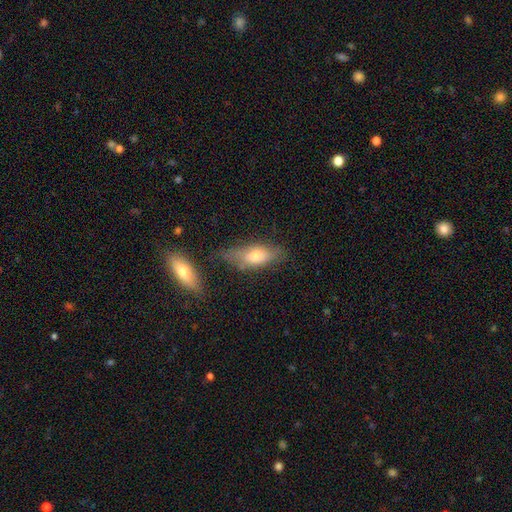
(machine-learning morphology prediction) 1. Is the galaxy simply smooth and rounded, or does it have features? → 65% smooth, 27% featured or disk, 8% star or artifact.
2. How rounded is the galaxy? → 72% in between, 24% cigar-shaped, 4% round.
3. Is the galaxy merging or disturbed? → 56% none, 25% minor disturbance, 9% merger, 9% major disturbance.